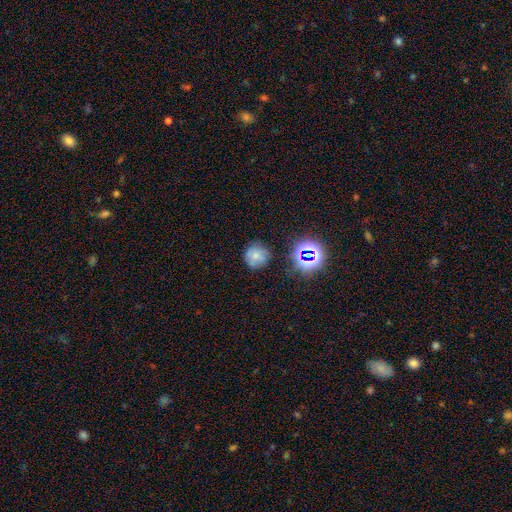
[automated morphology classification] A smooth galaxy with no disk features (61%) that is round (89%).

Vote fractions:
- Smooth or featured? smooth: 61% / star or artifact: 20% / featured or disk: 18%
- How rounded? round: 89% / in between: 9% / cigar-shaped: 1%
- Merging? none: 73% / minor disturbance: 17% / major disturbance: 6% / merger: 4%